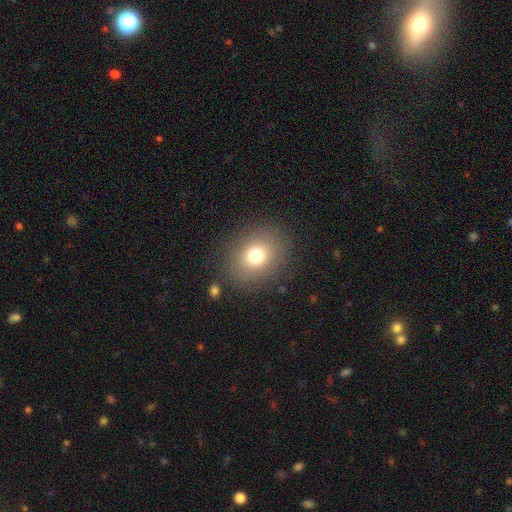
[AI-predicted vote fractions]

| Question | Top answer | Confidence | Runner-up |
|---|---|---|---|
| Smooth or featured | smooth | 75% | star or artifact (13%) |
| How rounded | round | 63% | in between (36%) |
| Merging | none | 84% | minor disturbance (9%) |